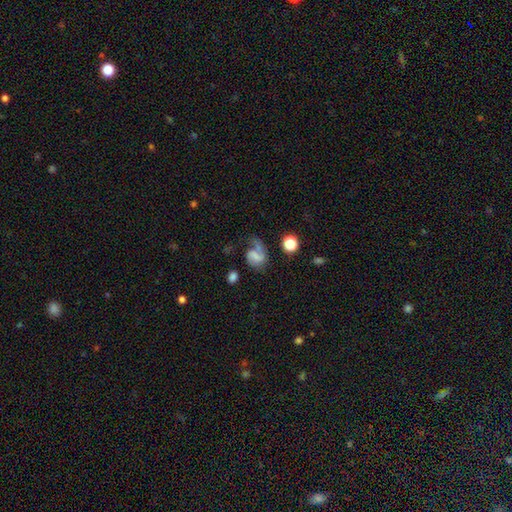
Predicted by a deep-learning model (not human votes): smooth_or_featured: featured or disk (p=0.53) [alt: smooth p=0.34]
disk_edge_on: no (p=0.98) [alt: yes p=0.02]
bar: no (p=0.46) [alt: weak p=0.36]
has_spiral_arms: yes (p=0.83) [alt: no p=0.17]
bulge_size: none (p=0.57) [alt: small p=0.23]
merging: none (p=0.35) [tied with: major disturbance p=0.35]